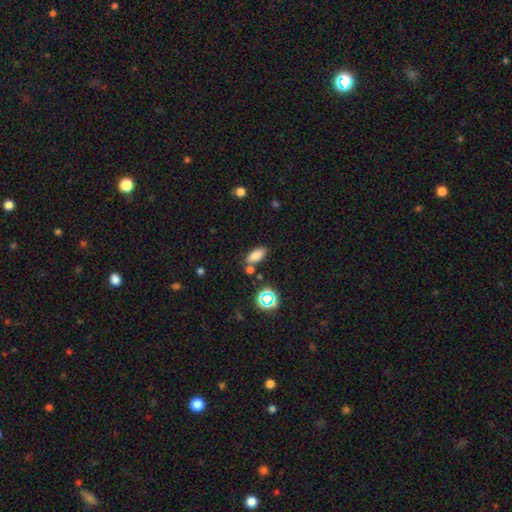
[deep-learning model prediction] Morphology: type=smooth (78%); roundness=in between (85%); merging=none (73%).